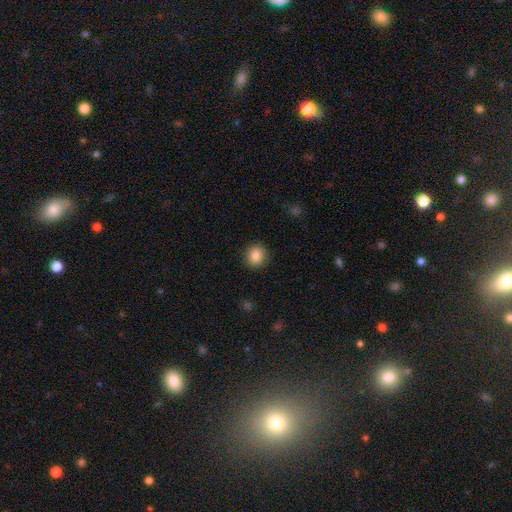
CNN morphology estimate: This is clearly a smooth galaxy (85%). How rounded: clearly round (89%). Merging: clearly none (90%).